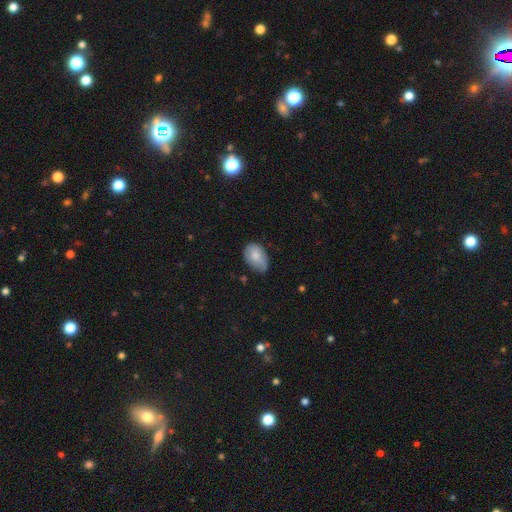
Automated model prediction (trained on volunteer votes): Q: Smooth or featured?
A: smooth (75%); runner-up: featured or disk (18%)
Q: How rounded?
A: in between (86%); runner-up: round (12%)
Q: Merging?
A: none (55%); runner-up: minor disturbance (37%)